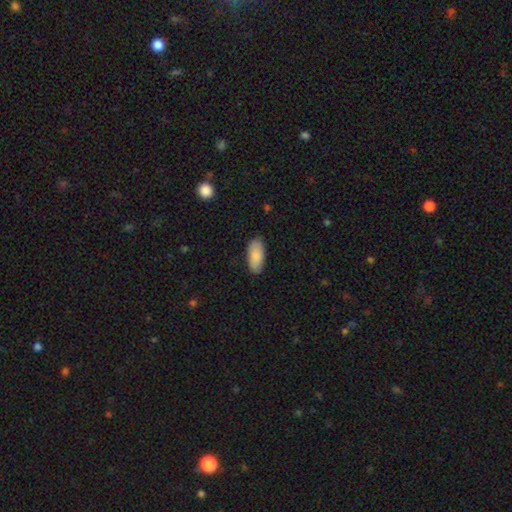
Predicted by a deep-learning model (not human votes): Smooth or featured? smooth (87%)
How rounded? in between (88%)
Merging? none (86%)